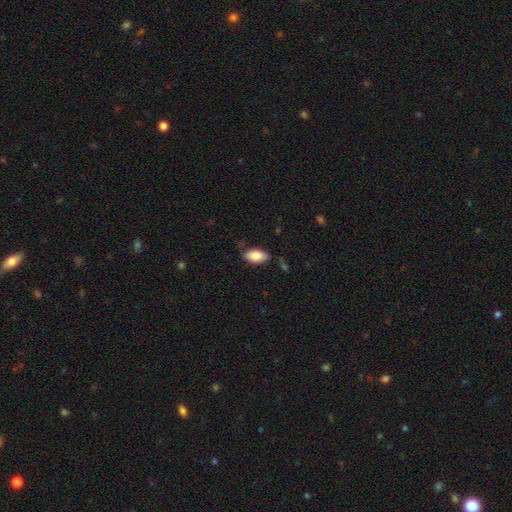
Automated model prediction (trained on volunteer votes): Morphology: type=smooth (84%); roundness=in between (94%); merging=none (70%).